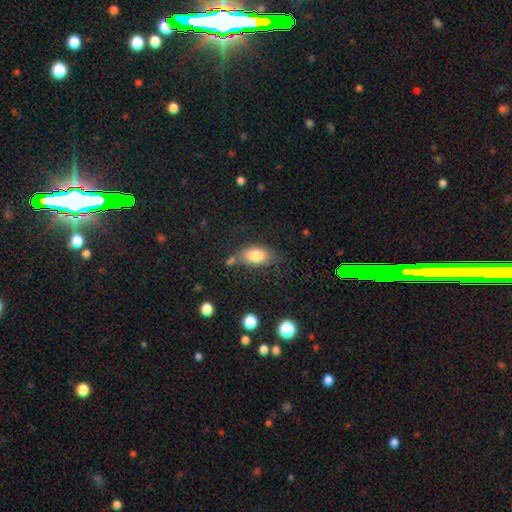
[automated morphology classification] A smooth galaxy with no disk features (81%) that is in between round and cigar-shaped (89%). Merging: none (65%).